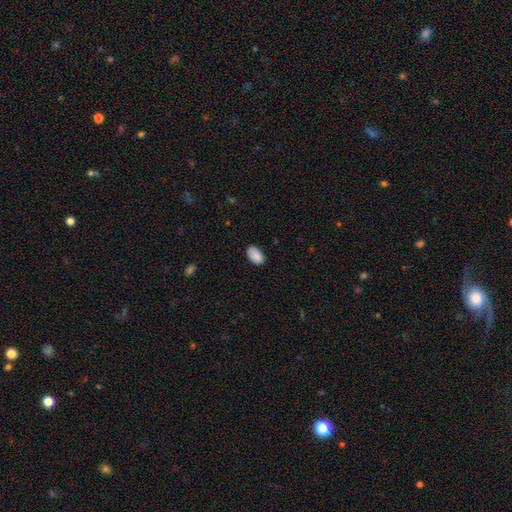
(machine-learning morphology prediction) This is clearly a smooth galaxy (87%). How rounded: clearly in between (93%). Merging: likely none (77%).